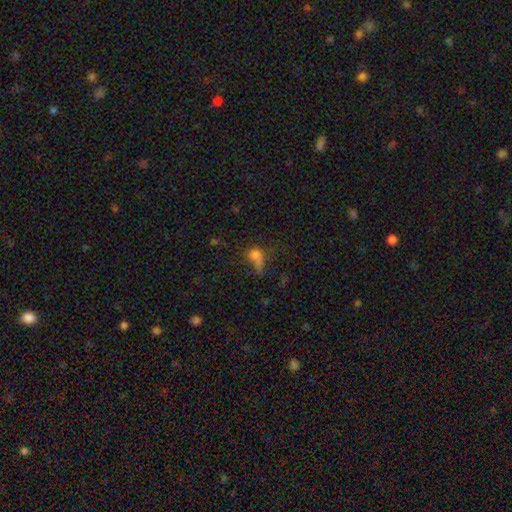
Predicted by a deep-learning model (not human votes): Smooth or featured: smooth — 62% (star or artifact — 22%)
How rounded: in between — 59% (round — 35%)
Merging: major disturbance — 37% (none — 31%)